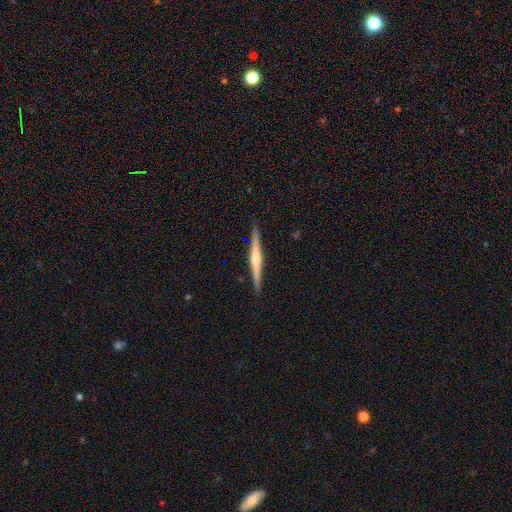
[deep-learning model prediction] The model was most divided on "smooth or featured": featured or disk: 75%, smooth: 20%, star or artifact: 5%. More confident: edge-on disk — yes (98%); merging — none (92%); edge-on bulge — rounded (79%).